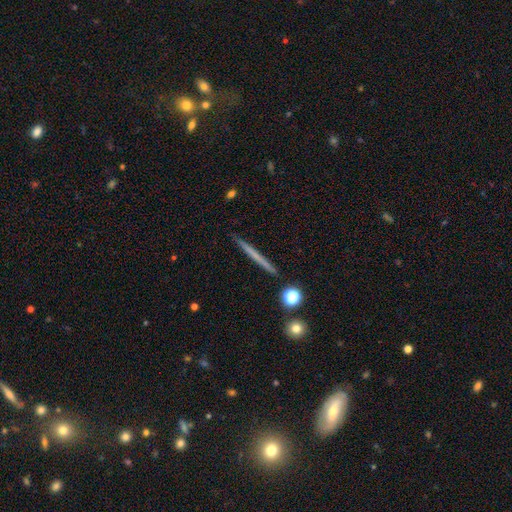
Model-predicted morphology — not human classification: This appears to be a smooth galaxy with no disk features (47%). Merging: none (91%).